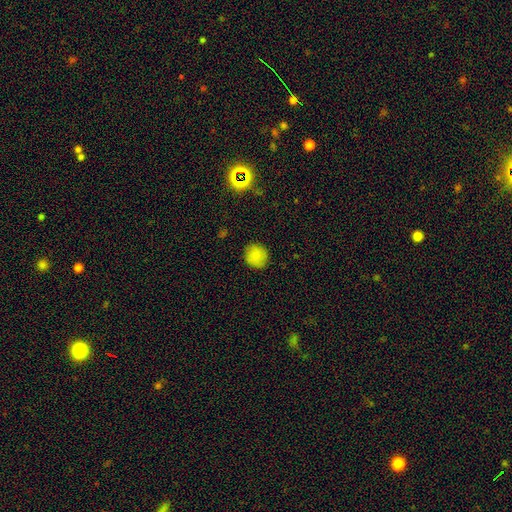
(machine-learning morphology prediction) A smooth galaxy with no disk features (85%) that is round (89%). Merging: none (88%).